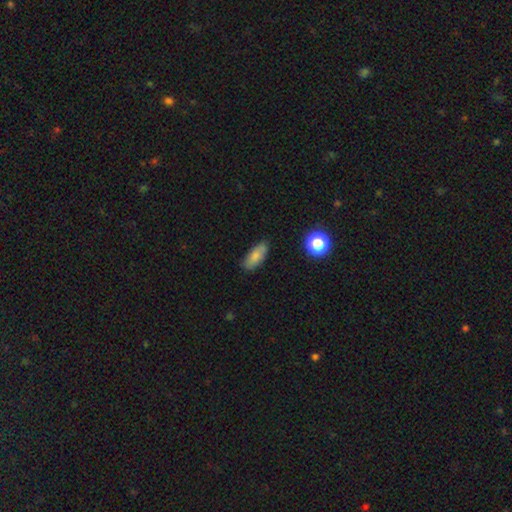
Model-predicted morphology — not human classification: Q: Smooth or featured?
A: smooth (79%); runner-up: featured or disk (13%)
Q: How rounded?
A: in between (83%); runner-up: cigar-shaped (14%)
Q: Merging?
A: none (79%); runner-up: minor disturbance (16%)